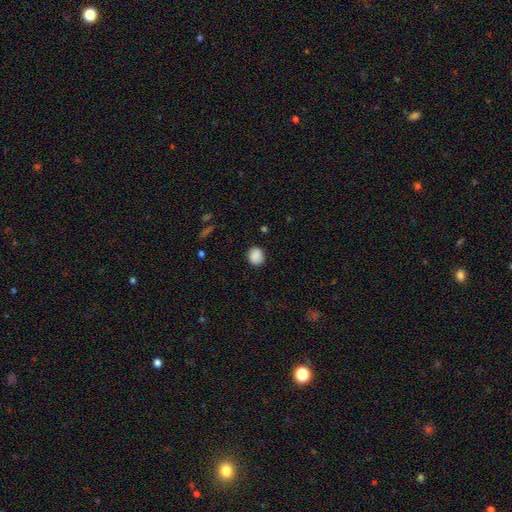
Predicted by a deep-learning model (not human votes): A smooth galaxy with no disk features (88%) that is round (79%).

Vote fractions:
- Smooth or featured? smooth: 88% / star or artifact: 8% / featured or disk: 3%
- How rounded? round: 79% / in between: 20% / cigar-shaped: 1%
- Merging? none: 87% / minor disturbance: 10% / major disturbance: 3% / merger: 1%